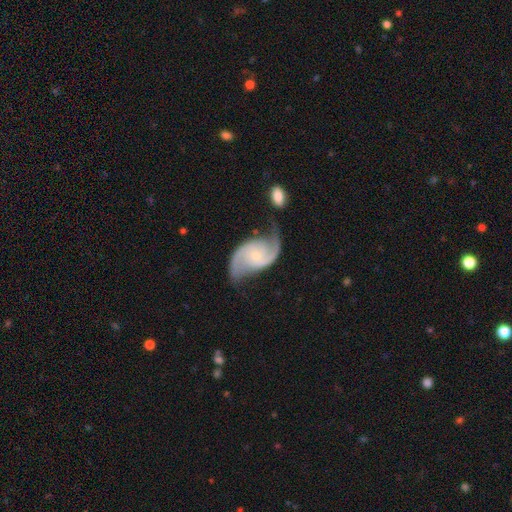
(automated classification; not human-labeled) Overall: featured or disk (90%). Edge-on disk: no (98%). Bar: no (65%; weak 28%). Spiral arms: yes (97%). Spiral arm count: 2 (93%). Spiral winding: medium (45%; loose 44%). Bulge size: small (72%). Merging: none (62%).